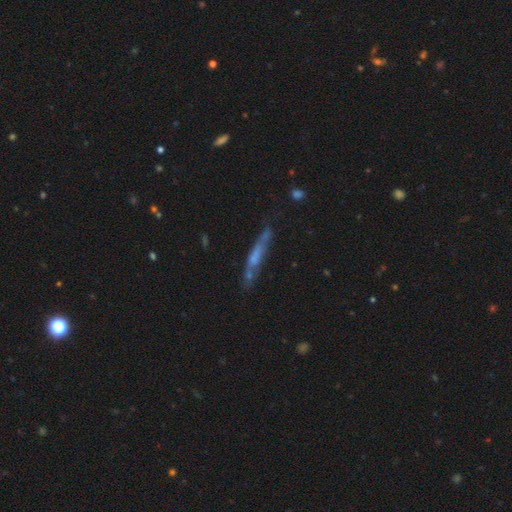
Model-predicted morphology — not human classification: A featured or disk galaxy (50%) viewed edge-on (75%).

Vote fractions:
- Smooth or featured? featured or disk: 50% / smooth: 40% / star or artifact: 9%
- Edge-on disk? yes: 75% / no: 25%
- Merging? none: 62% / minor disturbance: 22% / major disturbance: 9% / merger: 7%